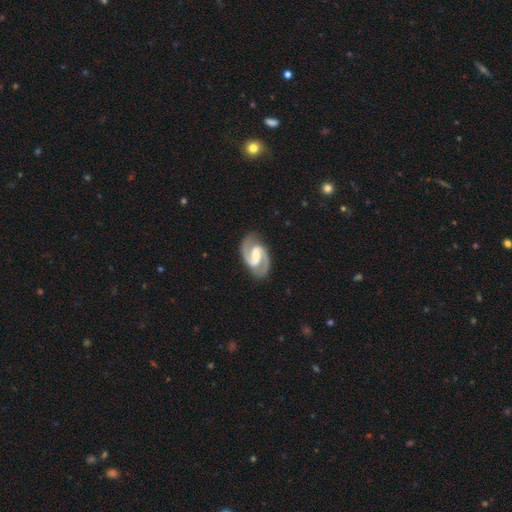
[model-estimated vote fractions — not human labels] featured or disk 92%, smooth 4%, star or artifact 3%. Down the decision tree: edge-on disk — no (98%); bar — weak (46%); spiral arms — yes (98%); spiral arm count — 2 (94%); spiral winding — medium (61%); bulge size — moderate (54%); merging — none (86%).